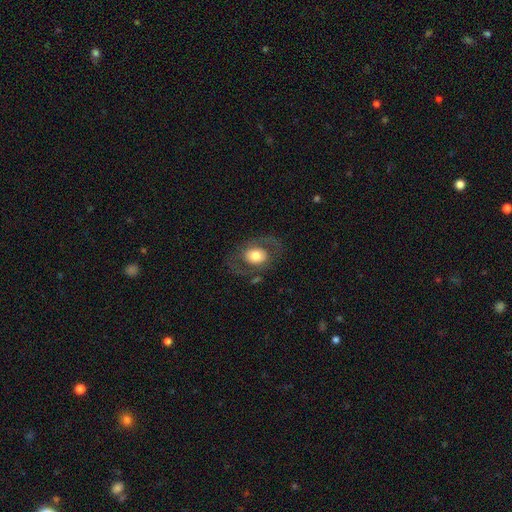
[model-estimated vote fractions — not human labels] Overall: smooth (47%; featured or disk 46%). Merging: none (71%).